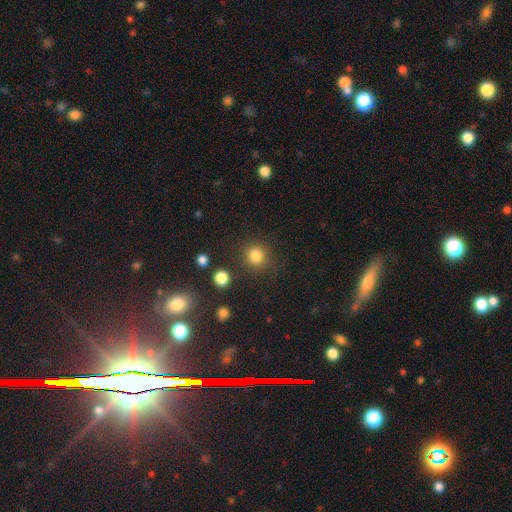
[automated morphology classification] type=smooth (83%); roundness=round (92%); merging=none (85%).